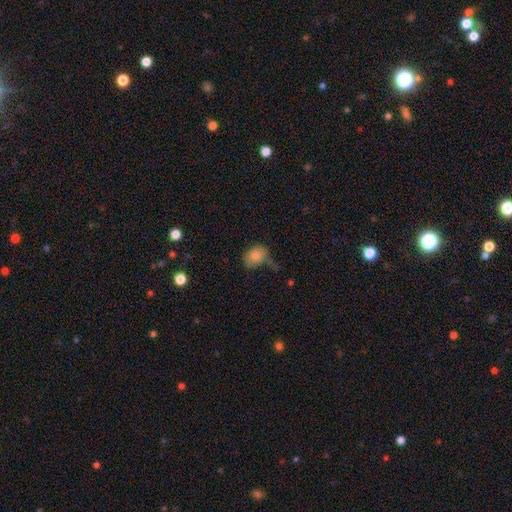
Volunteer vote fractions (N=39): smooth-or-featured: smooth: 90% | featured or disk: 5% | star or artifact: 5%
  how-rounded: in between: 89% | round: 11% | cigar-shaped: 0%
  merging: none: 73% | minor disturbance: 16% | major disturbance: 8% | merger: 3%